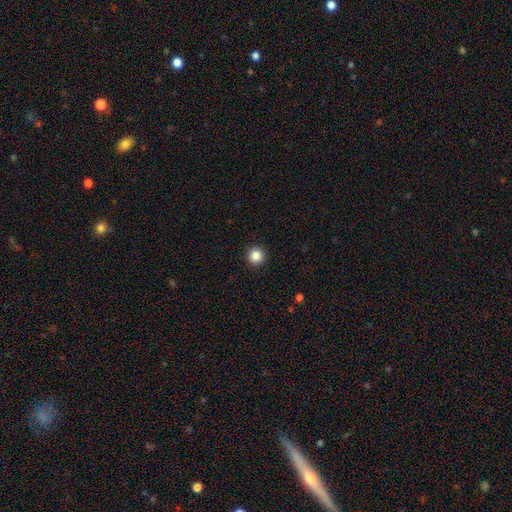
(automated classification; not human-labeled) This appears to be a smooth galaxy with no disk features (85%) that is round (95%). Merging: none (93%).